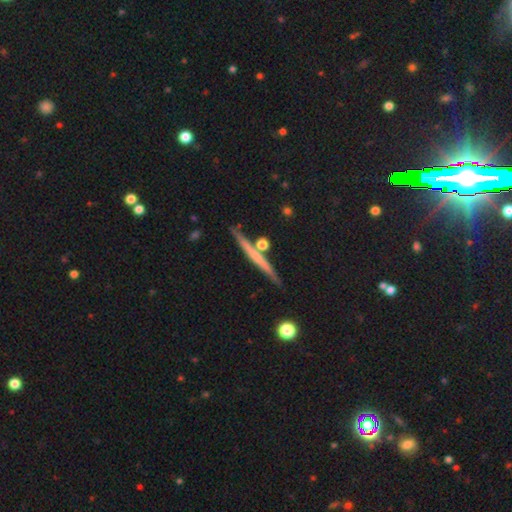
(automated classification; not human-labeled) Smooth or featured? featured or disk (51%)
Edge-on disk? yes (96%)
Merging? none (83%)